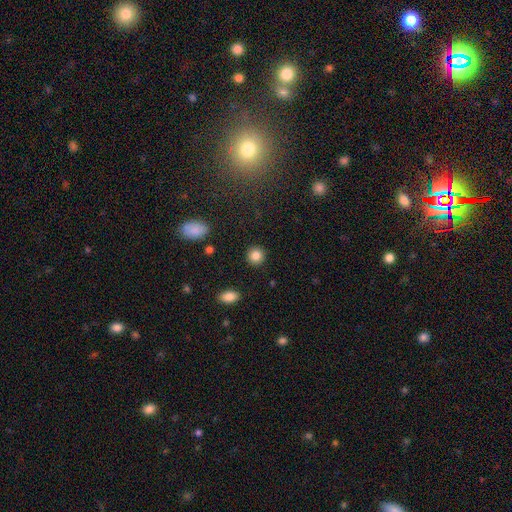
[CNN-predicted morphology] Q: Smooth or featured?
A: smooth (85%); runner-up: star or artifact (9%)
Q: How rounded?
A: round (91%); runner-up: in between (8%)
Q: Merging?
A: none (91%); runner-up: minor disturbance (5%)